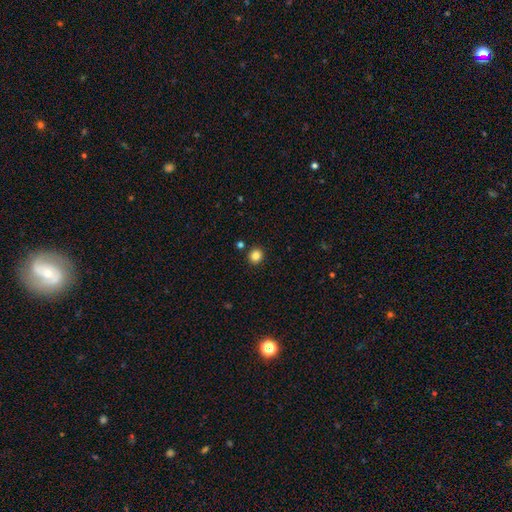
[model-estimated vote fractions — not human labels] Smooth or featured? Predicted: smooth (p=0.84). How rounded? Predicted: round (p=0.82). Merging? Predicted: none (p=0.89).